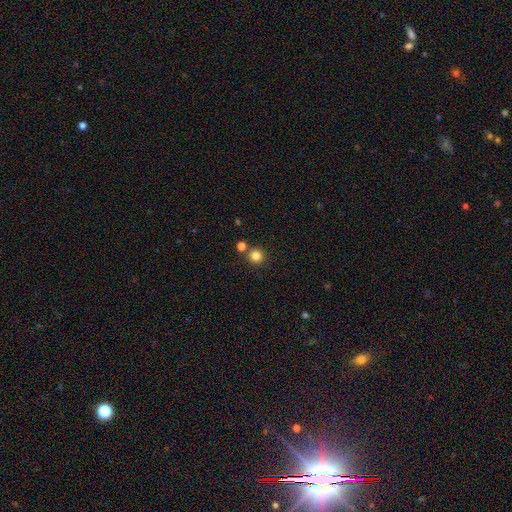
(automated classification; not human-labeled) The model was most divided on "merging": none: 79%, merger: 12%, minor disturbance: 6%, major disturbance: 2%. More confident: how rounded — round (94%); smooth or featured — smooth (82%).